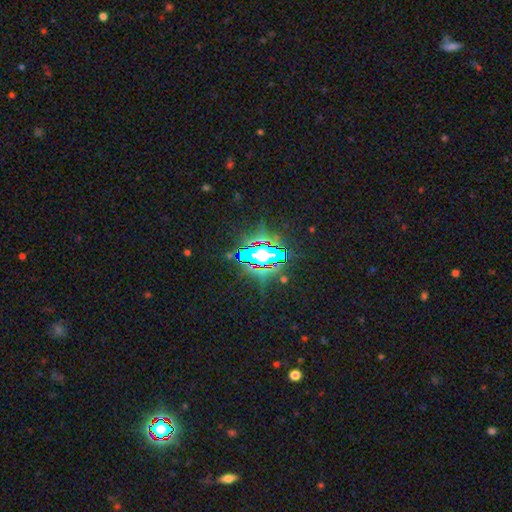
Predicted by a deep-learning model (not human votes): Morphology: type=star or artifact (83%).